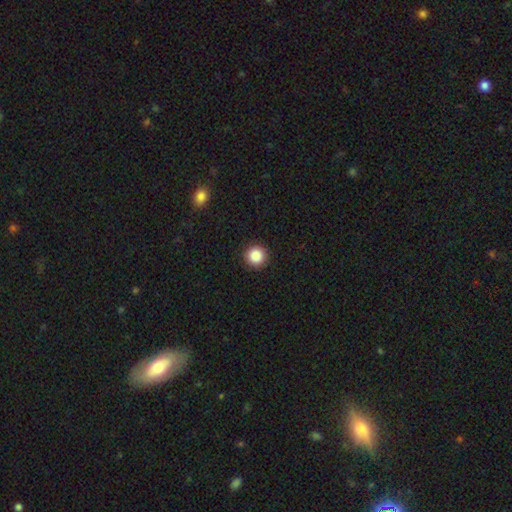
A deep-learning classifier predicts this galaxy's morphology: type=smooth (88%); roundness=round (96%); merging=none (93%).